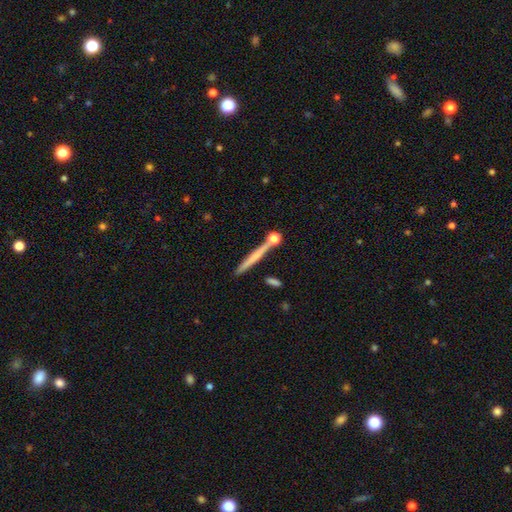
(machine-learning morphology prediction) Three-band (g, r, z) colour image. It shows a smooth galaxy with no disk features (54%) that is cigar-shaped (93%). Merging: none (79%).